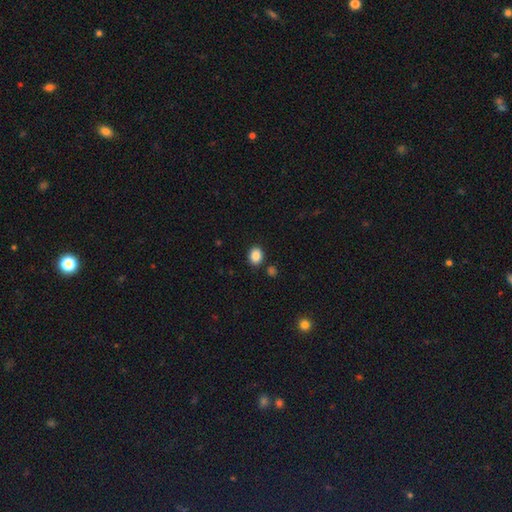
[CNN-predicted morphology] A smooth galaxy with no disk features (87%) that is round (50%).

Vote fractions:
- Smooth or featured? smooth: 87% / star or artifact: 9% / featured or disk: 3%
- How rounded? round: 50% / in between: 49% / cigar-shaped: 1%
- Merging? none: 85% / minor disturbance: 8% / merger: 4% / major disturbance: 3%